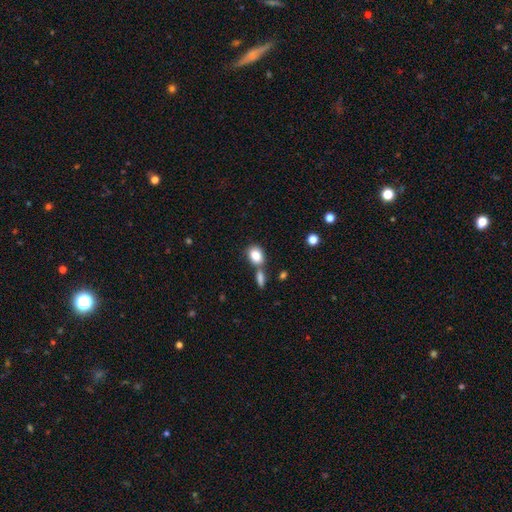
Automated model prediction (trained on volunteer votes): Smooth or featured: smooth — 84% (star or artifact — 8%)
How rounded: in between — 66% (round — 32%)
Merging: none — 52% (merger — 30%)